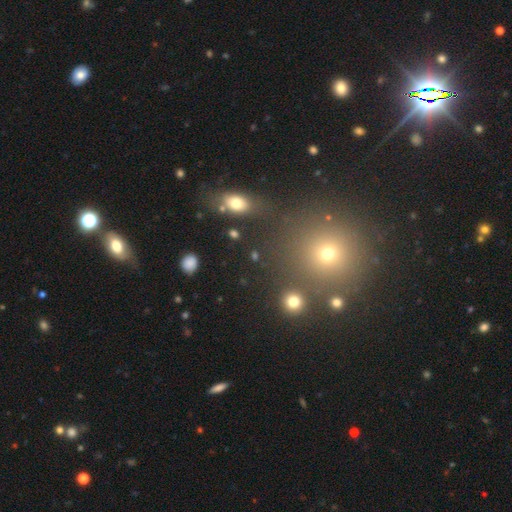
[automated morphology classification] This is likely a smooth galaxy (61%). How rounded: likely round (60%). Merging: likely none (77%).